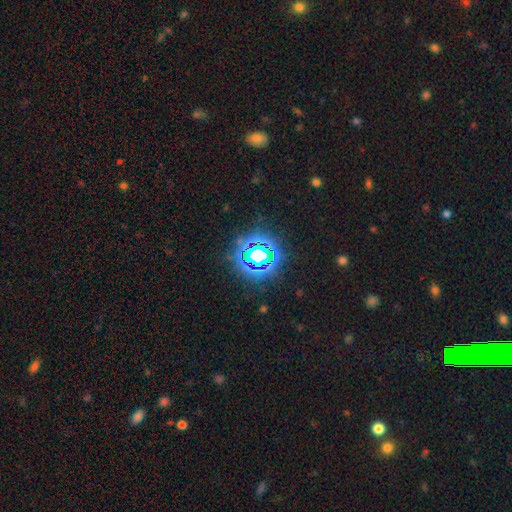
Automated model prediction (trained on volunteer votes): A star or artifact, not a galaxy (73%).

Vote fractions:
- Smooth or featured? star or artifact: 73% / smooth: 16% / featured or disk: 11%